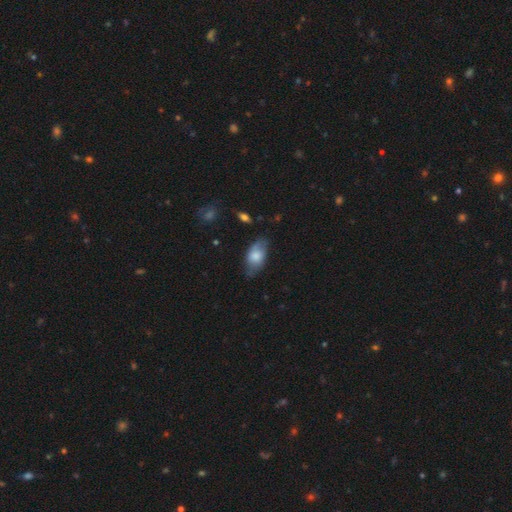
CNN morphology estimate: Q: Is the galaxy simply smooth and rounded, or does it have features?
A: smooth — 68%.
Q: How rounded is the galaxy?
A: in between — 91%.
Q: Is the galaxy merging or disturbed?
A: none — 64%.